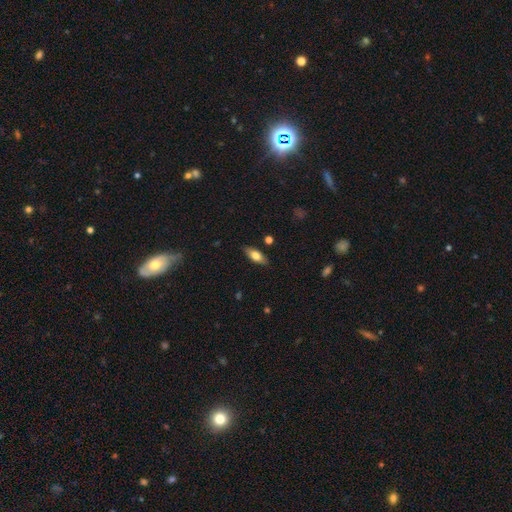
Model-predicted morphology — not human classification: type=smooth (69%); roundness=in between (77%); merging=none (85%).